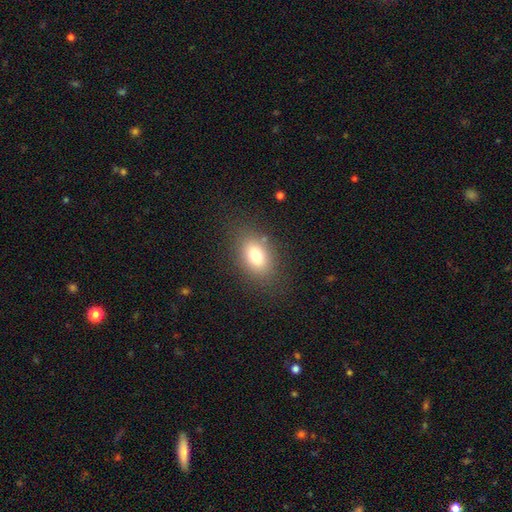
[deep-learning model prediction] smooth_or_featured: smooth (p=0.76) [alt: featured or disk p=0.13]
how_rounded: in between (p=0.79) [alt: round p=0.19]
merging: none (p=0.82) [alt: minor disturbance p=0.11]